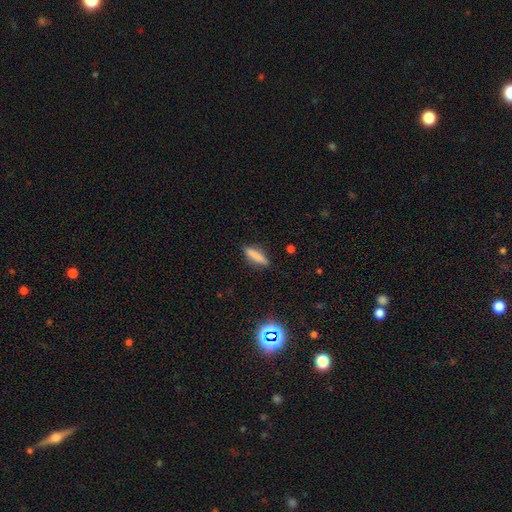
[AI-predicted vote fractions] Smooth or featured? smooth (82%)
How rounded? cigar-shaped (67%)
Merging? none (86%)